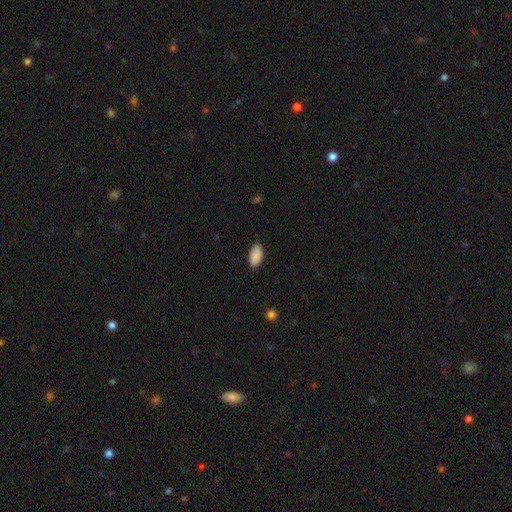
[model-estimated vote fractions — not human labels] smooth_or_featured: smooth (p=0.90) [alt: star or artifact p=0.07]
how_rounded: in between (p=0.95) [alt: round p=0.03]
merging: none (p=0.84) [alt: minor disturbance p=0.13]